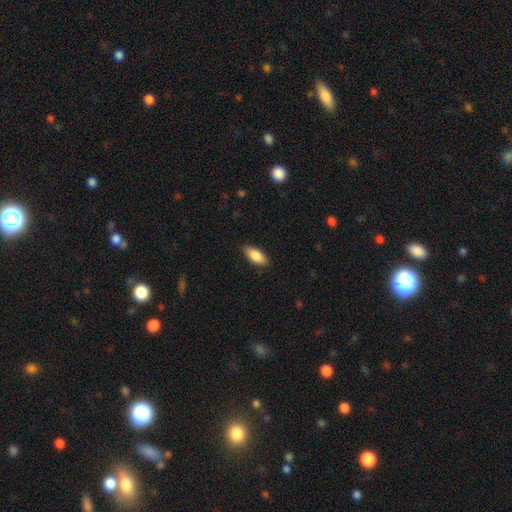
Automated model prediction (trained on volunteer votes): A smooth galaxy with no disk features (85%) that is in between round and cigar-shaped (85%).

Vote fractions:
- Smooth or featured? smooth: 85% / featured or disk: 9% / star or artifact: 6%
- How rounded? in between: 85% / cigar-shaped: 13% / round: 2%
- Merging? none: 85% / minor disturbance: 12% / major disturbance: 2% / merger: 1%